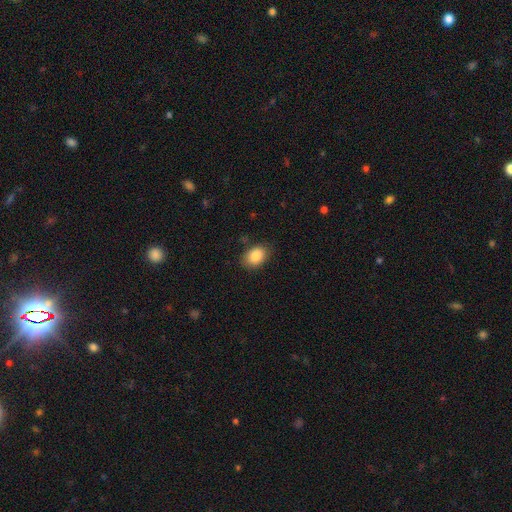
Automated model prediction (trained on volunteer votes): Q: Smooth or featured?
A: smooth (88%); runner-up: star or artifact (7%)
Q: How rounded?
A: in between (82%); runner-up: round (17%)
Q: Merging?
A: none (80%); runner-up: minor disturbance (15%)